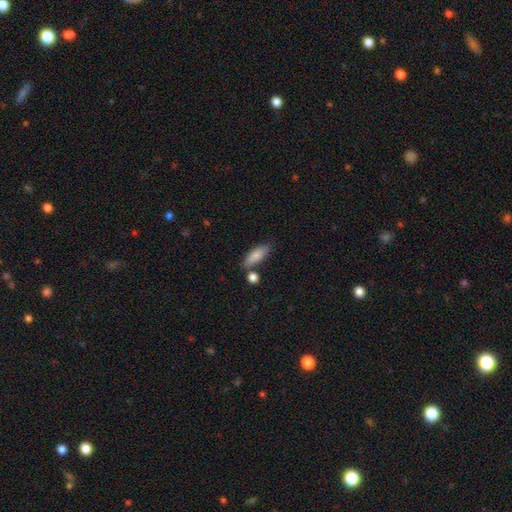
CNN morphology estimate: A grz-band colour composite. It shows a smooth galaxy with no disk features (83%) that is in between round and cigar-shaped (64%). Merging: none (69%).